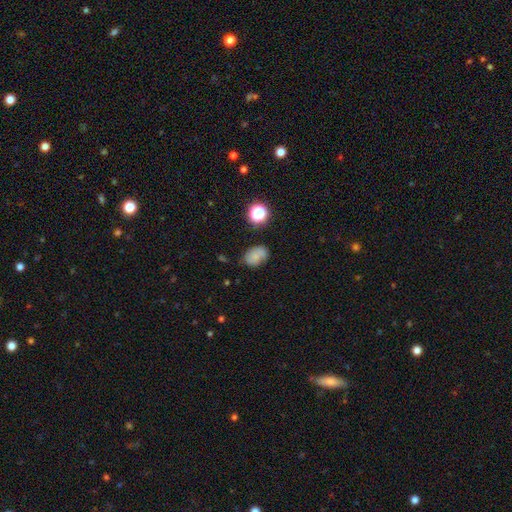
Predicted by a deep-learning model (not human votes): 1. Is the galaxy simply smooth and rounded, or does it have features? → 65% smooth, 20% featured or disk, 15% star or artifact.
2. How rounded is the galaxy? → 70% in between, 28% round, 1% cigar-shaped.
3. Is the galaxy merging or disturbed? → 60% none, 25% minor disturbance, 8% major disturbance, 6% merger.